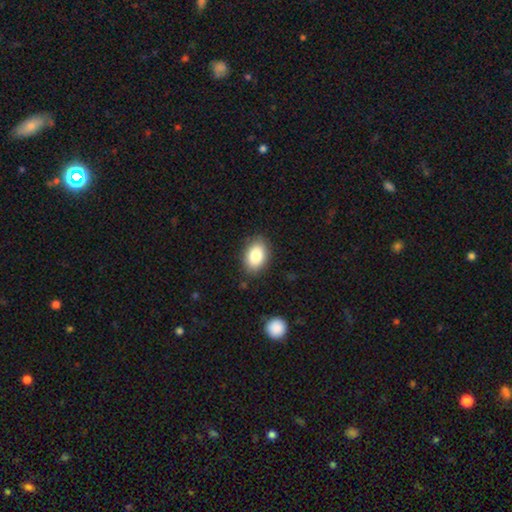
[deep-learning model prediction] Overall: smooth (84%). How rounded: in between (87%). Merging: none (85%).